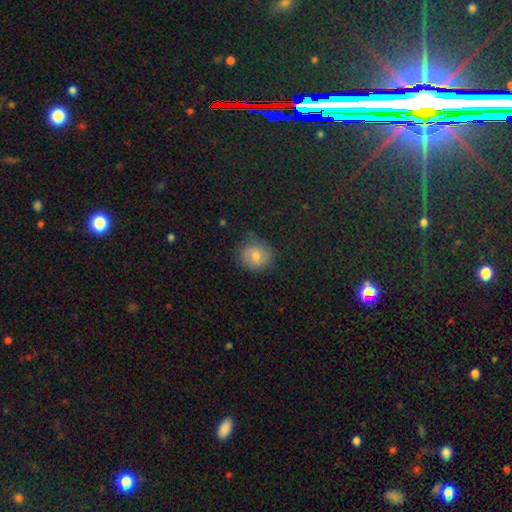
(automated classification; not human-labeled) The model was most divided on "smooth or featured": smooth: 69%, featured or disk: 21%, star or artifact: 9%. More confident: how rounded — round (79%); merging — none (71%).